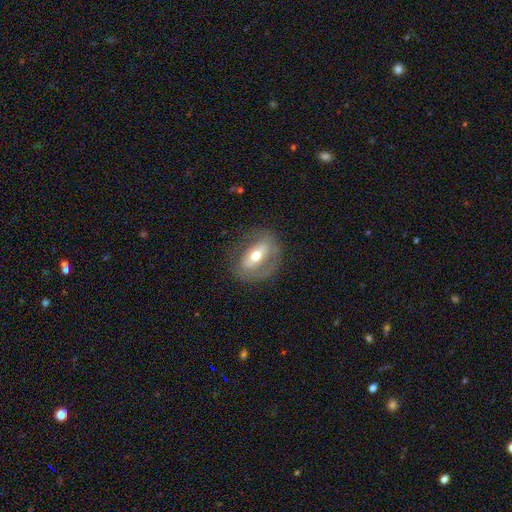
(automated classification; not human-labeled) A featured or disk galaxy (58%). Merging: none (74%).